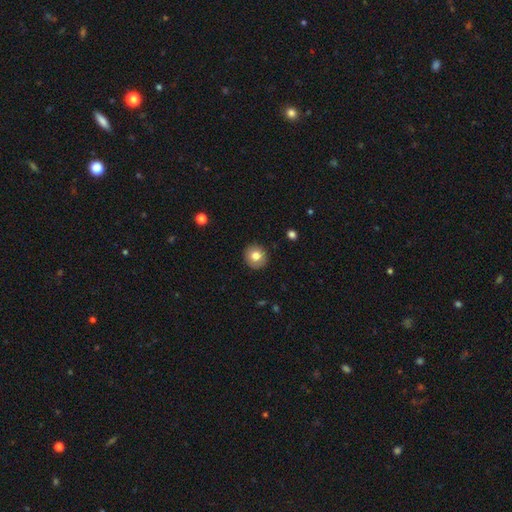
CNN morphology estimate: smooth-or-featured: smooth: 79% | featured or disk: 12% | star or artifact: 9%
  how-rounded: round: 92% | in between: 7% | cigar-shaped: 1%
  merging: none: 90% | minor disturbance: 7% | major disturbance: 2% | merger: 1%